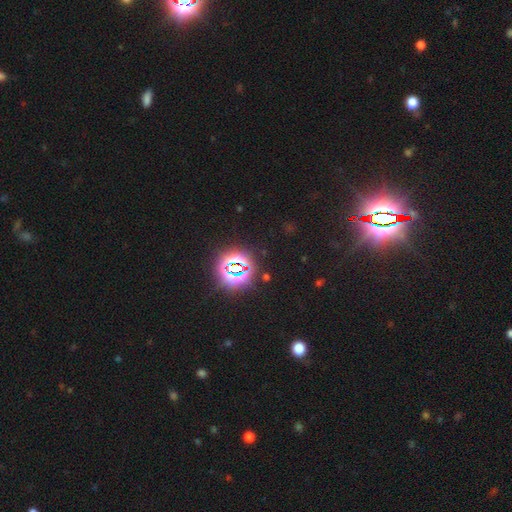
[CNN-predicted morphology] A star or artifact, not a galaxy (83%).